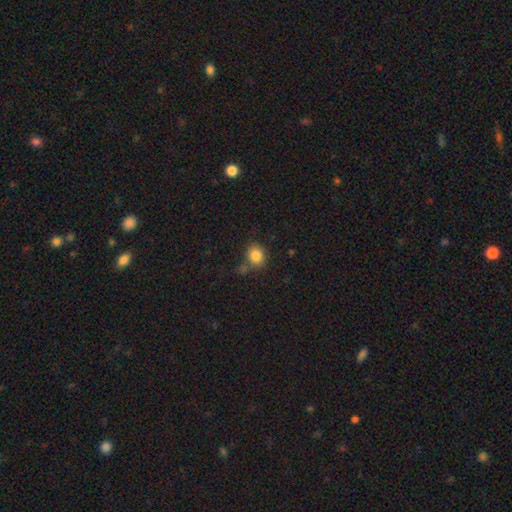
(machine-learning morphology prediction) smooth 84%, star or artifact 10%, featured or disk 6%. Down the decision tree: how rounded — round (65%); merging — none (67%).